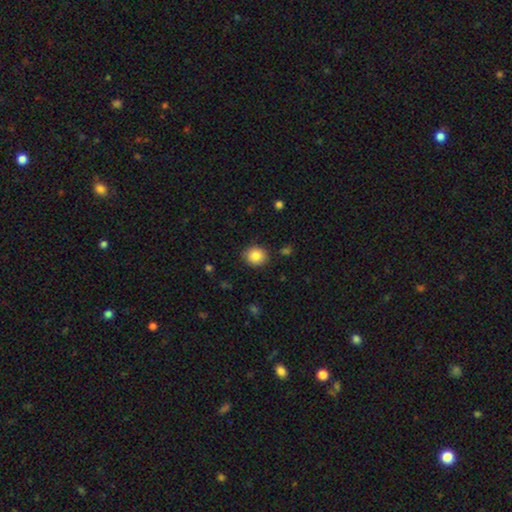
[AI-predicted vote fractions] smooth 84%, star or artifact 9%, featured or disk 6%. Down the decision tree: how rounded — round (83%); merging — none (88%).